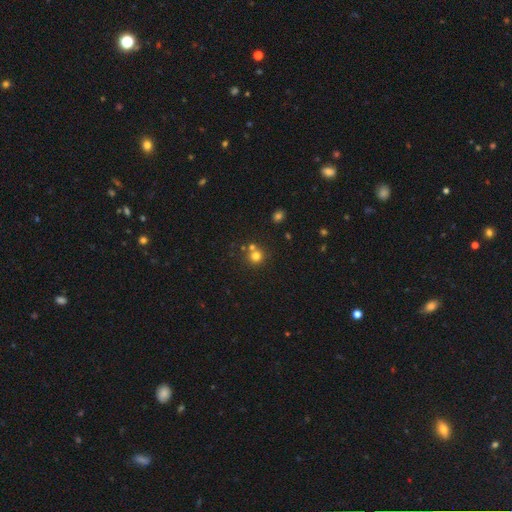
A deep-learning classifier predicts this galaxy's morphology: type=smooth (75%); roundness=round (91%); merging=none (64%).